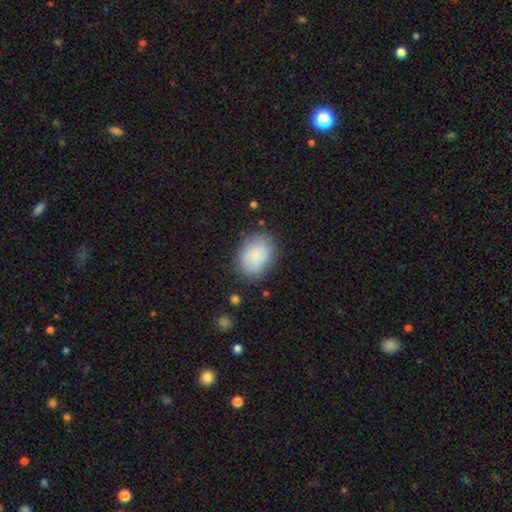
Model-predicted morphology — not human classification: Smooth or featured? smooth (83%)
How rounded? in between (71%)
Merging? none (78%)